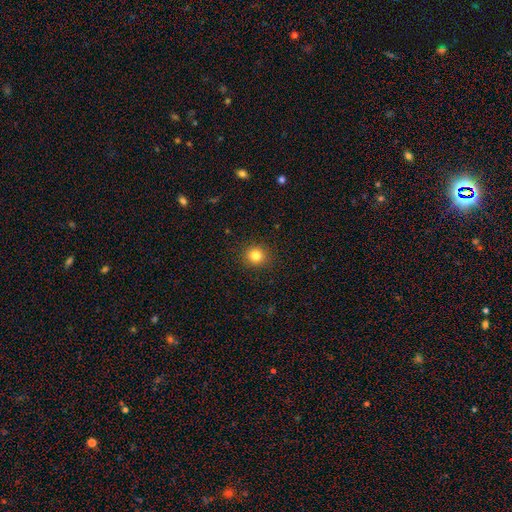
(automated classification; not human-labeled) The model was most divided on "smooth or featured": smooth: 83%, star or artifact: 12%, featured or disk: 6%. More confident: merging — none (90%); how rounded — round (88%).